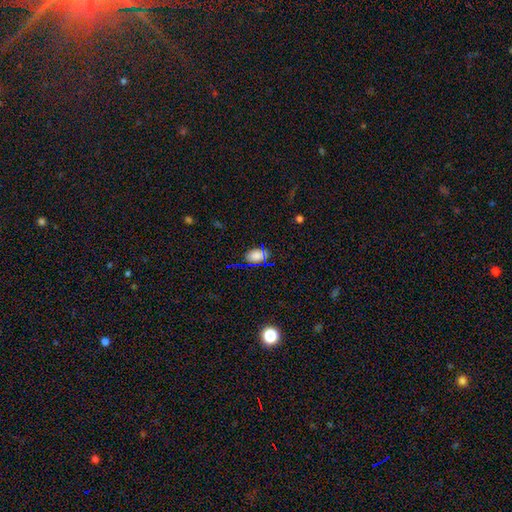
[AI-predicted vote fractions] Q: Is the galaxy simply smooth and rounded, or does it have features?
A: smooth — 62%.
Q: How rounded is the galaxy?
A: in between — 66%.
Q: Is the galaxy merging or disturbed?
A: none — 80%.